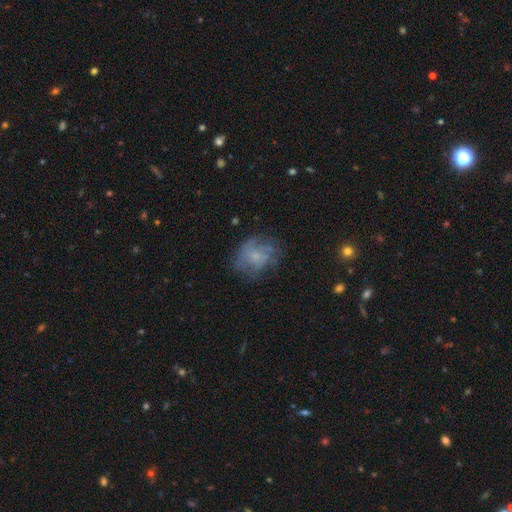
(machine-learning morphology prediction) Smooth or featured?
  - featured or disk: 46% *
  - smooth: 42%
  - star or artifact: 12%
Merging?
  - none: 60% *
  - minor disturbance: 22%
  - major disturbance: 15%
  - merger: 2%